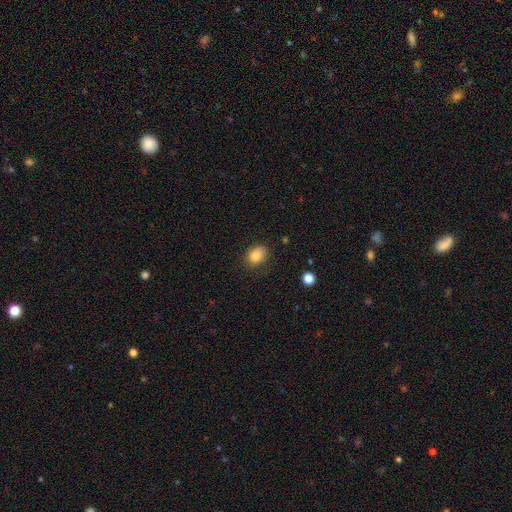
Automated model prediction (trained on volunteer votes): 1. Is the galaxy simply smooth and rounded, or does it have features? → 84% smooth, 10% star or artifact, 6% featured or disk.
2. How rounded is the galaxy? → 70% in between, 29% round, 1% cigar-shaped.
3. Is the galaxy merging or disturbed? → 78% none, 17% minor disturbance, 4% major disturbance, 1% merger.